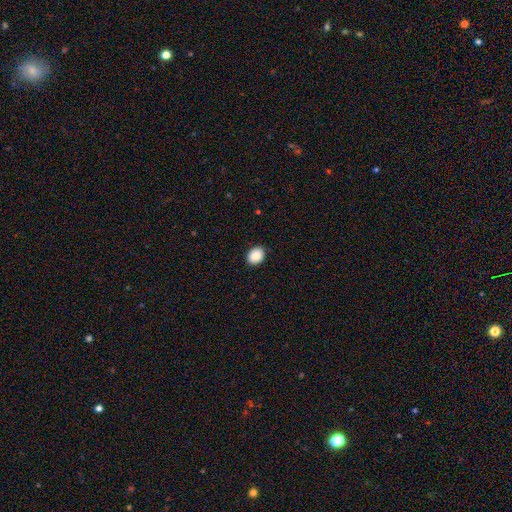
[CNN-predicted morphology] Smooth or featured?
  - smooth: 89% *
  - star or artifact: 8%
  - featured or disk: 4%
How rounded?
  - in between: 57% *
  - round: 42%
  - cigar-shaped: 1%
Merging?
  - none: 89% *
  - minor disturbance: 8%
  - major disturbance: 2%
  - merger: 1%